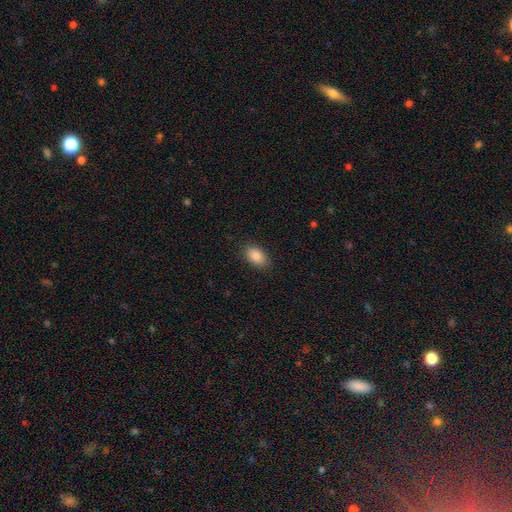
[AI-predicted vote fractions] Smooth or featured? smooth (86%)
How rounded? in between (91%)
Merging? none (87%)